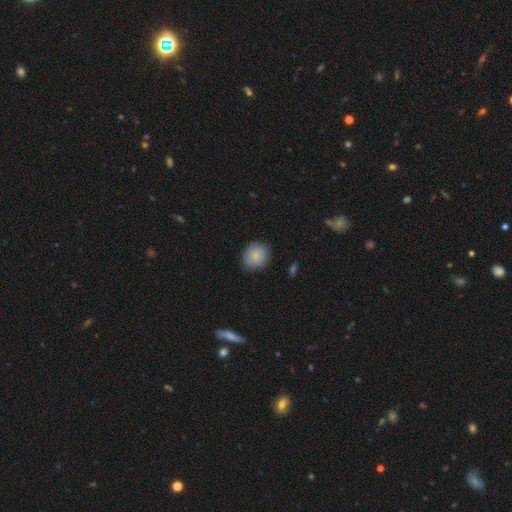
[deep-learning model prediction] Q: Smooth or featured?
A: smooth (84%); runner-up: featured or disk (9%)
Q: How rounded?
A: round (80%); runner-up: in between (19%)
Q: Merging?
A: none (83%); runner-up: minor disturbance (13%)